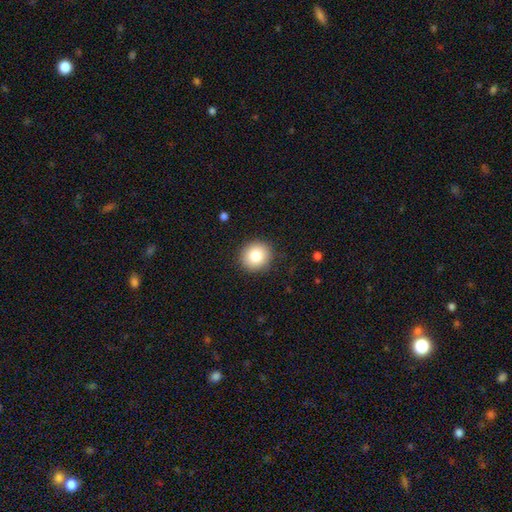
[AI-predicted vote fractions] A smooth galaxy with no disk features (82%) that is round (88%).

Vote fractions:
- Smooth or featured? smooth: 82% / star or artifact: 9% / featured or disk: 8%
- How rounded? round: 88% / in between: 11% / cigar-shaped: 1%
- Merging? none: 90% / minor disturbance: 7% / major disturbance: 2% / merger: 1%